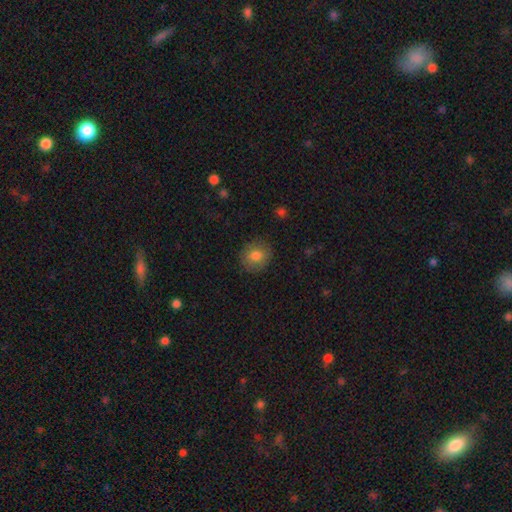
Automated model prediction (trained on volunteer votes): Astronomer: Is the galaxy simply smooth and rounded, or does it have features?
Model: smooth — 80%.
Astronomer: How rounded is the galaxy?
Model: round — 82%.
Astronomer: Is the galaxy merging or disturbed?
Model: none — 87%.